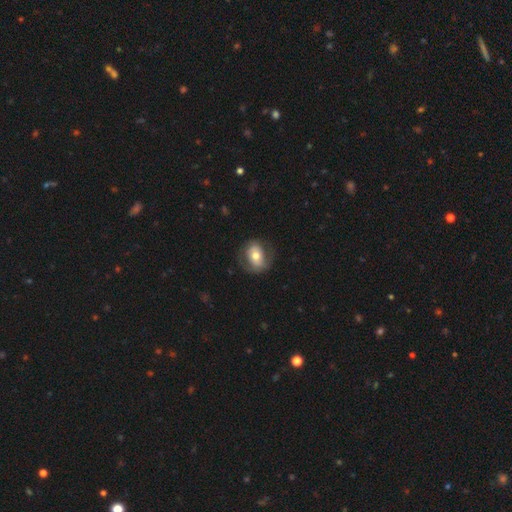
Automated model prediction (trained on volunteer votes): This is possibly a smooth galaxy (53%). How rounded: possibly in between (59%). Merging: likely none (69%).